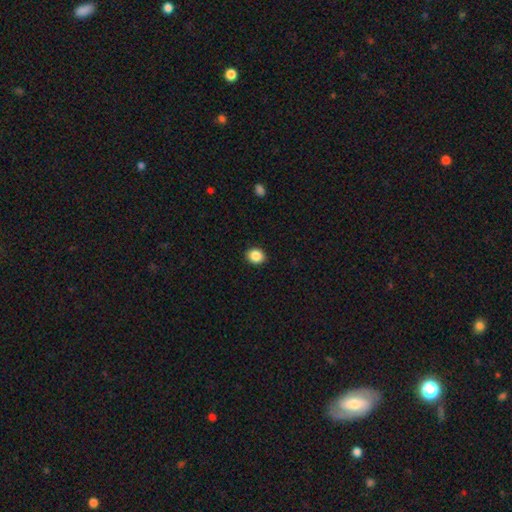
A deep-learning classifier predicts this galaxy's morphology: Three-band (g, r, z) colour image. It shows a smooth galaxy with no disk features (88%) that is round (61%). Merging: none (91%).